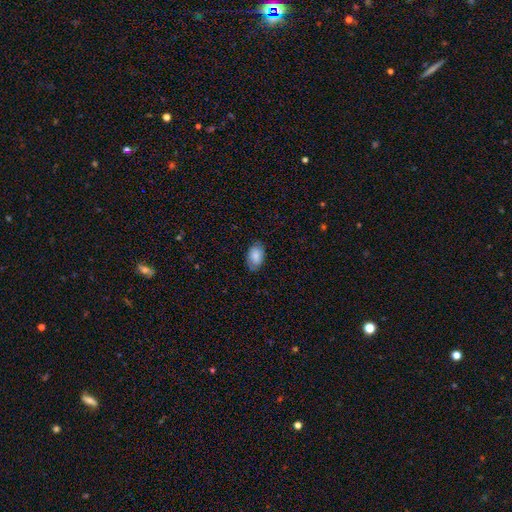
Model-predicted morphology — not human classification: The model was most divided on "merging": none: 80%, minor disturbance: 16%, major disturbance: 3%, merger: 1%. More confident: how rounded — in between (92%); smooth or featured — smooth (82%).